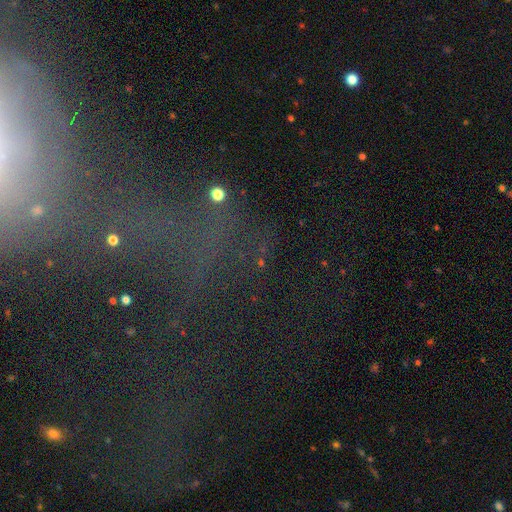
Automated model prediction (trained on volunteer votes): This appears to be a star or artifact, not a galaxy (60%).